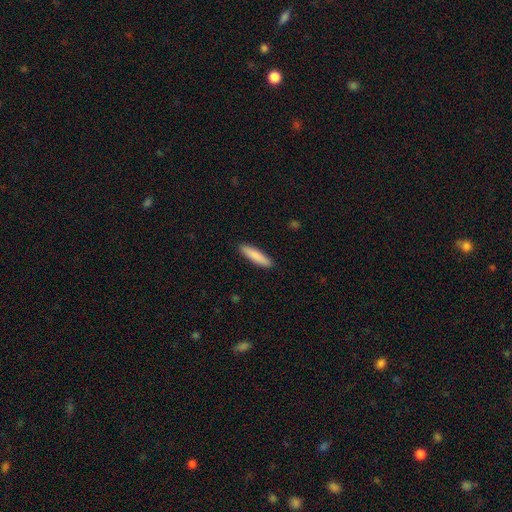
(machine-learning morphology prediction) A smooth galaxy with no disk features (86%) that is cigar-shaped (81%).

Vote fractions:
- Smooth or featured? smooth: 86% / featured or disk: 9% / star or artifact: 5%
- How rounded? cigar-shaped: 81% / in between: 17% / round: 1%
- Merging? none: 91% / minor disturbance: 7% / major disturbance: 1% / merger: 1%